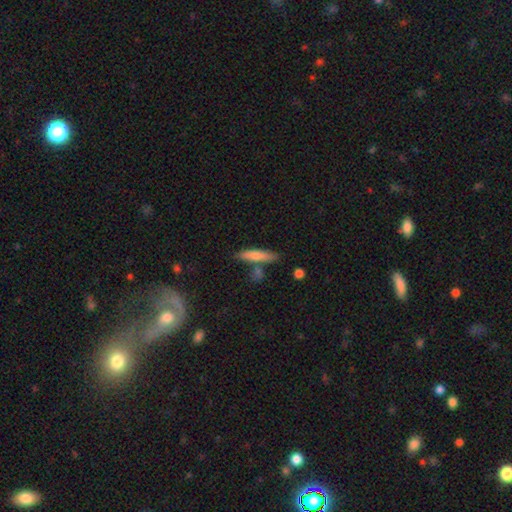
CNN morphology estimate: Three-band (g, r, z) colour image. It shows a smooth galaxy with no disk features (72%) that is cigar-shaped (83%). Merging: none (73%).